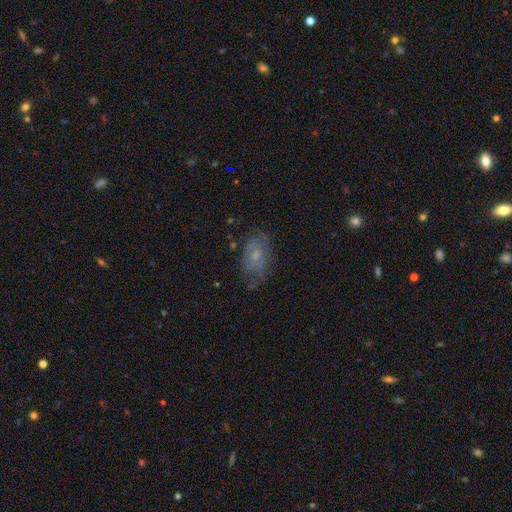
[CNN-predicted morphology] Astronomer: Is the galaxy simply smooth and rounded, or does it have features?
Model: smooth — 50% (runner-up: featured or disk, 38%).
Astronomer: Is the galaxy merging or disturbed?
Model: none — 69%.